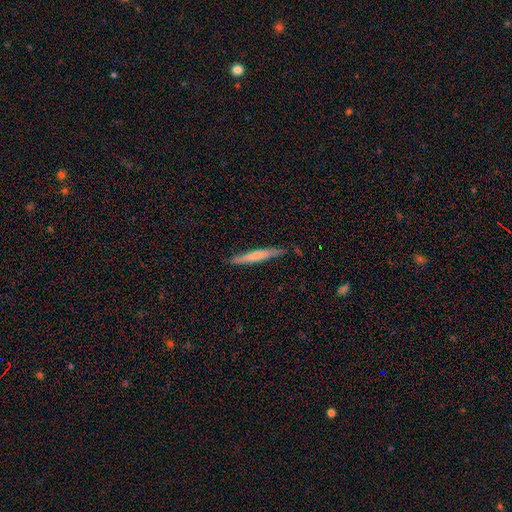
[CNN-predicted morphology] Q: Smooth or featured?
A: smooth (59%); runner-up: featured or disk (36%)
Q: How rounded?
A: cigar-shaped (96%); runner-up: in between (3%)
Q: Merging?
A: none (85%); runner-up: minor disturbance (12%)